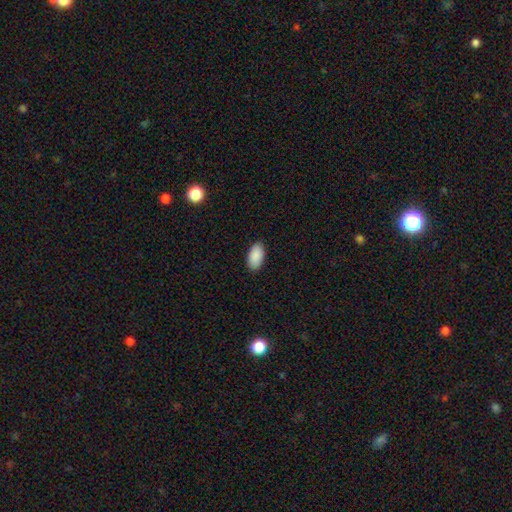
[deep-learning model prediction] Q: Smooth or featured?
A: smooth (91%); runner-up: star or artifact (6%)
Q: How rounded?
A: in between (95%); runner-up: round (3%)
Q: Merging?
A: none (88%); runner-up: minor disturbance (9%)